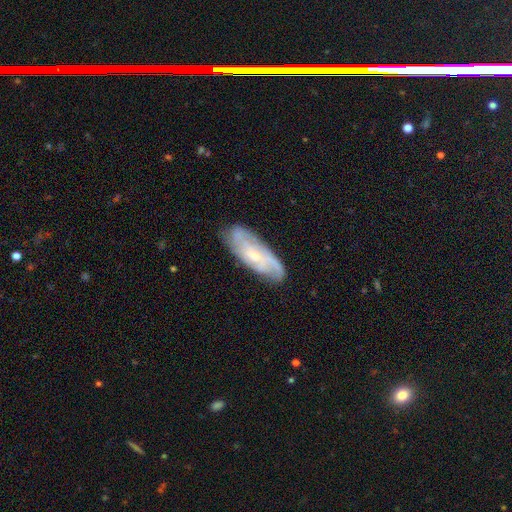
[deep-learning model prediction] Q: Smooth or featured?
A: featured or disk (71%); runner-up: smooth (22%)
Q: Edge-on disk?
A: no (86%); runner-up: yes (14%)
Q: Bar?
A: no (68%); runner-up: weak (27%)
Q: Spiral arms?
A: yes (89%); runner-up: no (11%)
Q: Spiral winding?
A: tight (49%); runner-up: medium (37%)
Q: Spiral arm count?
A: can't tell (44%); runner-up: 2 (21%)
Q: Bulge size?
A: small (61%); runner-up: moderate (33%)
Q: Merging?
A: none (74%); runner-up: minor disturbance (19%)